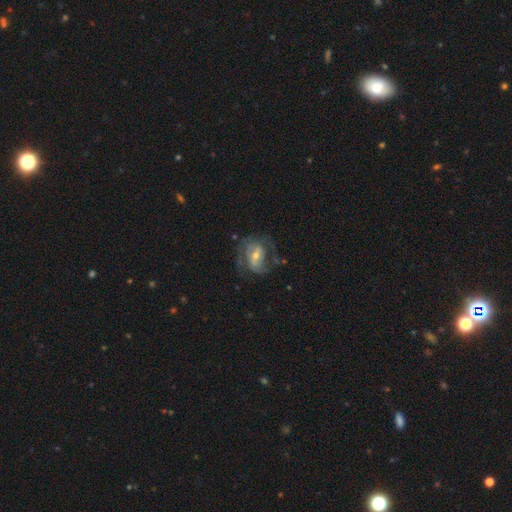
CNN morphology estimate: smooth_or_featured: featured or disk (p=0.74) [alt: smooth p=0.18]
disk_edge_on: no (p=0.96) [alt: yes p=0.04]
bar: weak (p=0.40) [alt: no p=0.38]
has_spiral_arms: yes (p=0.79) [alt: no p=0.21]
spiral_winding: medium (p=0.44) [alt: tight p=0.33]
spiral_arm_count: 2 (p=0.51) [alt: can't tell p=0.27]
bulge_size: moderate (p=0.52) [alt: small p=0.43]
merging: none (p=0.55) [alt: major disturbance p=0.22]